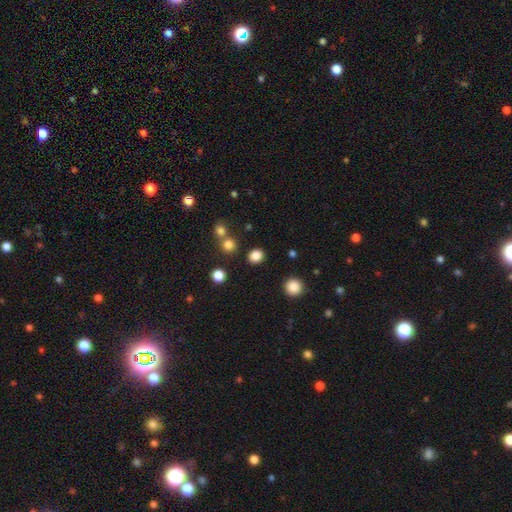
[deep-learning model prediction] smooth-or-featured: smooth: 83% | star or artifact: 13% | featured or disk: 4%
  how-rounded: round: 66% | in between: 33% | cigar-shaped: 1%
  merging: none: 84% | minor disturbance: 7% | merger: 6% | major disturbance: 3%